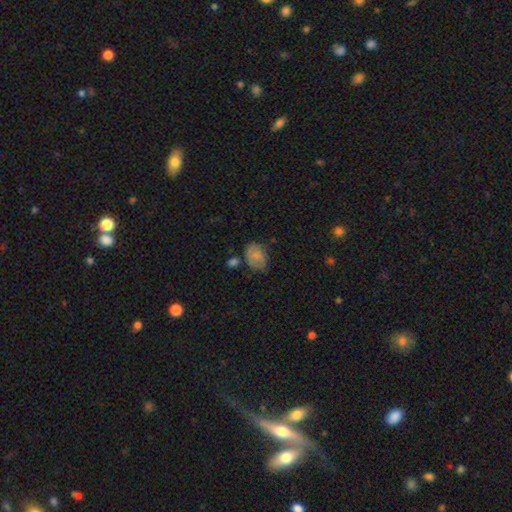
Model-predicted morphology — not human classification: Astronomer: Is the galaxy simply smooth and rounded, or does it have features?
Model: smooth — 72%.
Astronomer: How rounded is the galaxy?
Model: in between — 75%.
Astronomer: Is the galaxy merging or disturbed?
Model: none — 55%.